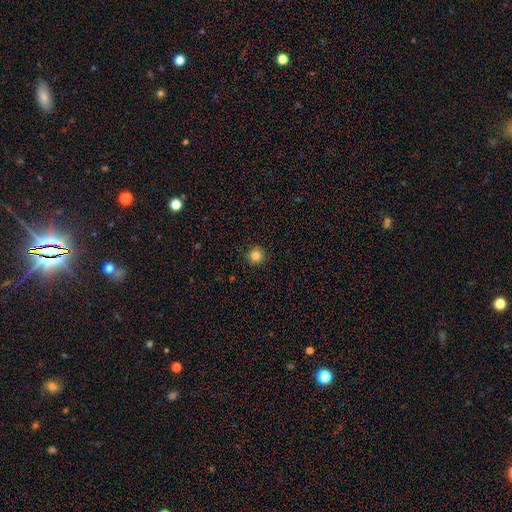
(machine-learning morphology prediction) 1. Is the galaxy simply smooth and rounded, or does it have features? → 84% smooth, 11% star or artifact, 5% featured or disk.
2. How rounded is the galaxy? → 95% round, 4% in between, 1% cigar-shaped.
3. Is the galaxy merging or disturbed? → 91% none, 7% minor disturbance, 2% major disturbance, 1% merger.